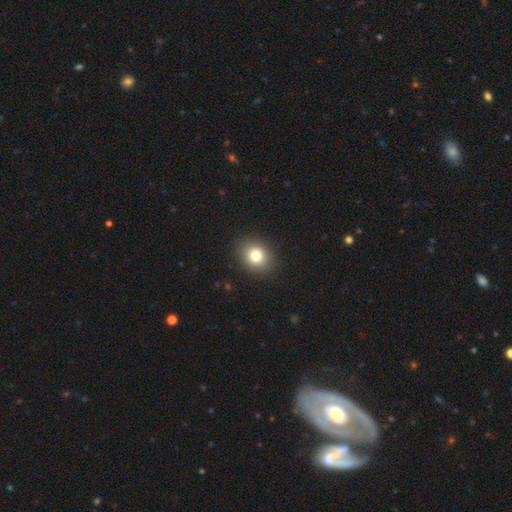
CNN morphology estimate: Smooth or featured? smooth (79%)
How rounded? round (55%)
Merging? none (89%)